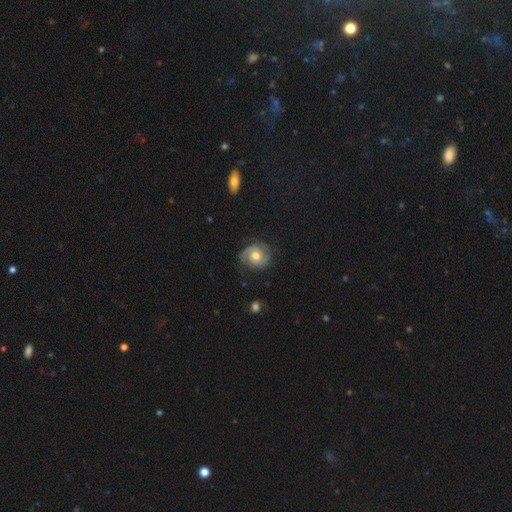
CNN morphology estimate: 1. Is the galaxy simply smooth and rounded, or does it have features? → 65% featured or disk, 27% smooth, 7% star or artifact.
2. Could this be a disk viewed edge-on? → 97% no, 3% yes.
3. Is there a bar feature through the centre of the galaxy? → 74% no, 22% weak, 4% strong.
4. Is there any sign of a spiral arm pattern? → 90% yes, 10% no.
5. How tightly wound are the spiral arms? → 54% tight, 34% medium, 12% loose.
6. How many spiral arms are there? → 52% 2, 21% can't tell, 14% 3, 8% 1, 3% 4, 3% more than 4.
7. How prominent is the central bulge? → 73% moderate, 15% small, 10% large, 1% none, 1% dominant.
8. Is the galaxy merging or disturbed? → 73% none, 19% minor disturbance, 7% major disturbance, 1% merger.